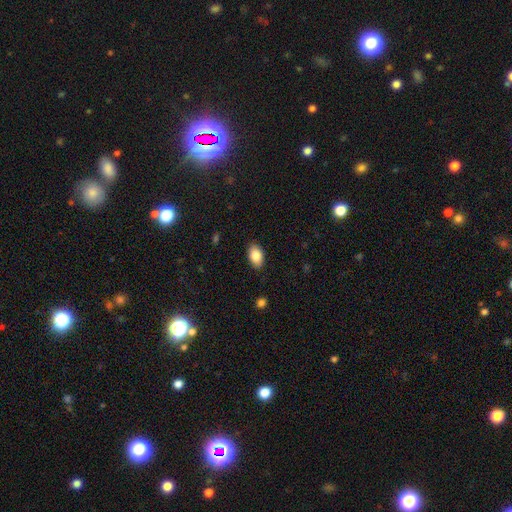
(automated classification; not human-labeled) smooth_or_featured: smooth (p=0.85) [alt: star or artifact p=0.07]
how_rounded: in between (p=0.90) [alt: round p=0.08]
merging: none (p=0.87) [alt: minor disturbance p=0.10]